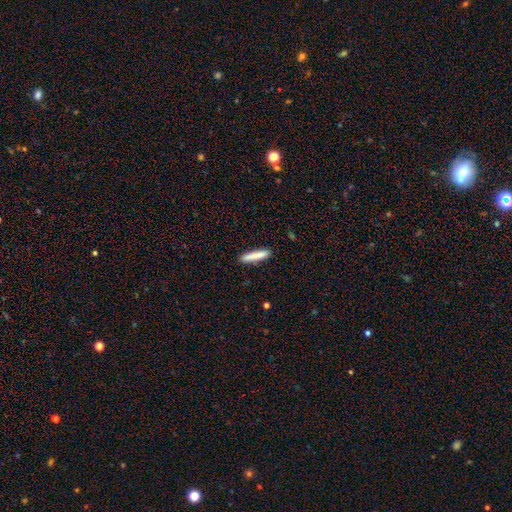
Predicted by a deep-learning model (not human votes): The model was most divided on "smooth or featured": smooth: 83%, featured or disk: 10%, star or artifact: 6%. More confident: how rounded — cigar-shaped (91%); merging — none (90%).